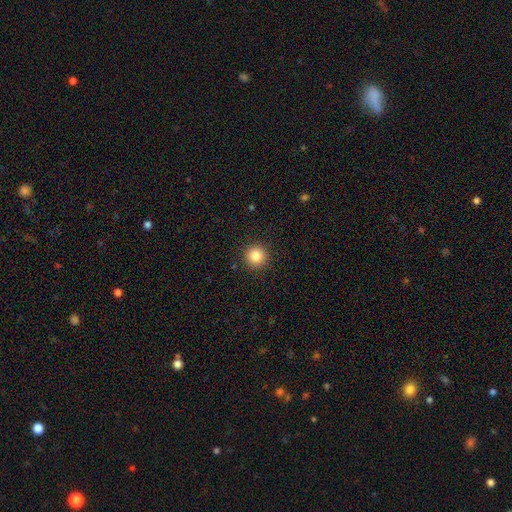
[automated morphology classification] This appears to be a smooth galaxy with no disk features (84%) that is round (95%). Merging: none (92%).